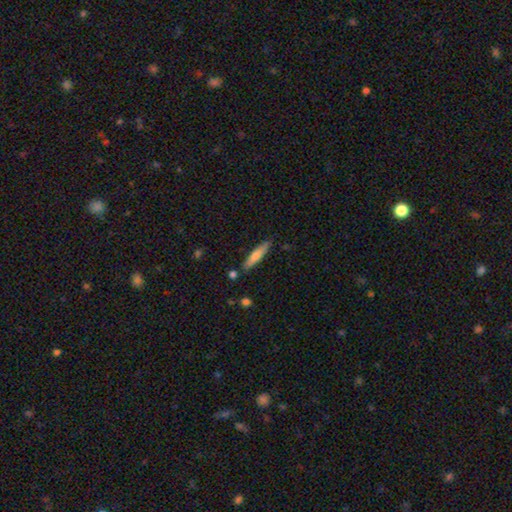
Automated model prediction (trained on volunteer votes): Overall: smooth (67%; featured or disk 27%). How rounded: cigar-shaped (87%). Merging: none (84%).